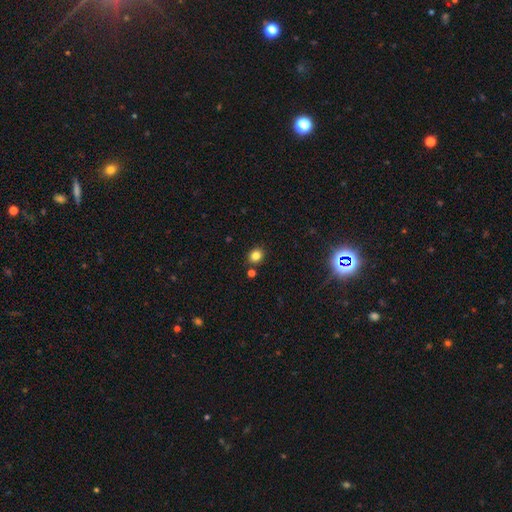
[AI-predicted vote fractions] A smooth galaxy with no disk features (81%) that is round (68%).

Vote fractions:
- Smooth or featured? smooth: 81% / star or artifact: 13% / featured or disk: 6%
- How rounded? round: 68% / in between: 31% / cigar-shaped: 1%
- Merging? none: 84% / minor disturbance: 8% / merger: 5% / major disturbance: 2%